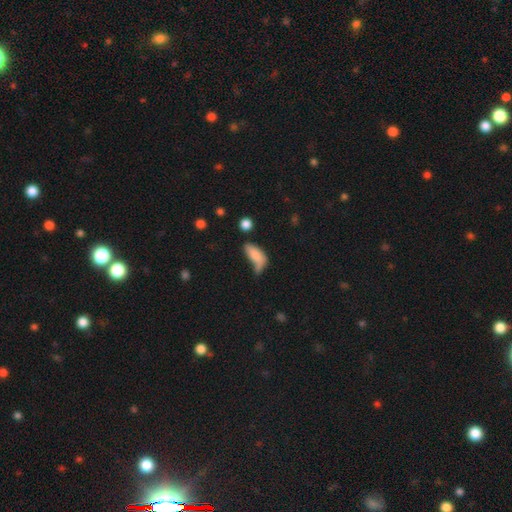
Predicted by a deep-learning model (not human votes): Q: Smooth or featured?
A: smooth (78%); runner-up: featured or disk (13%)
Q: How rounded?
A: in between (84%); runner-up: cigar-shaped (12%)
Q: Merging?
A: minor disturbance (32%); runner-up: major disturbance (29%)